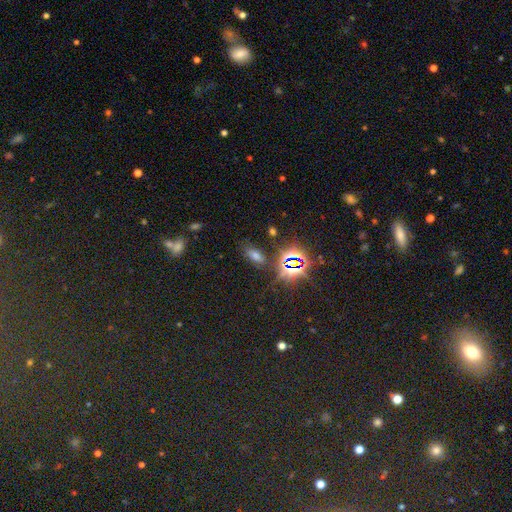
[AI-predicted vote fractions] Q: Smooth or featured?
A: smooth (47%); runner-up: star or artifact (43%)
Q: Merging?
A: none (77%); runner-up: minor disturbance (13%)